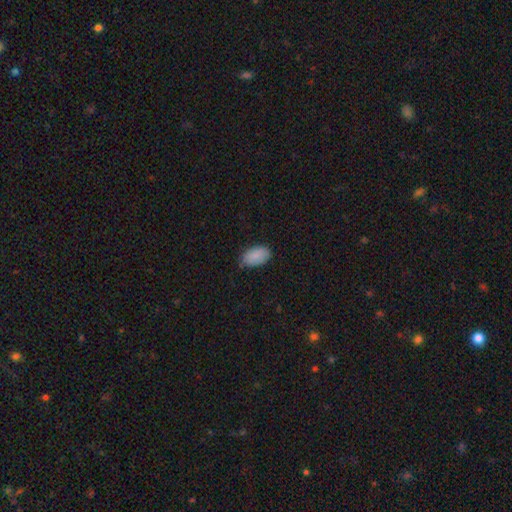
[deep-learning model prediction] A smooth galaxy with no disk features (88%) that is in between round and cigar-shaped (94%).

Vote fractions:
- Smooth or featured? smooth: 88% / star or artifact: 7% / featured or disk: 5%
- How rounded? in between: 94% / round: 5% / cigar-shaped: 1%
- Merging? none: 76% / minor disturbance: 20% / major disturbance: 3% / merger: 1%